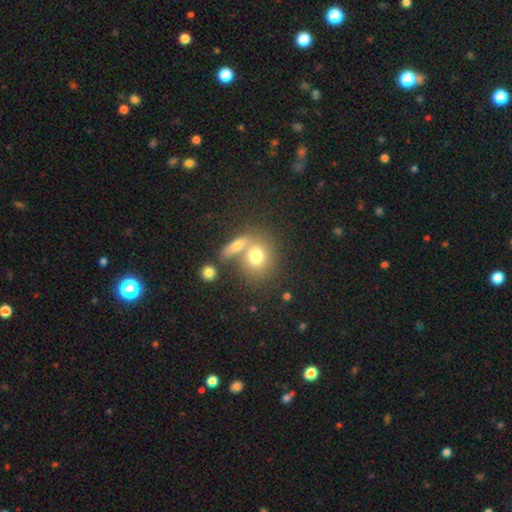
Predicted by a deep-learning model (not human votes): Q: Smooth or featured?
A: smooth (73%); runner-up: featured or disk (17%)
Q: How rounded?
A: round (68%); runner-up: in between (29%)
Q: Merging?
A: none (44%); runner-up: merger (42%)